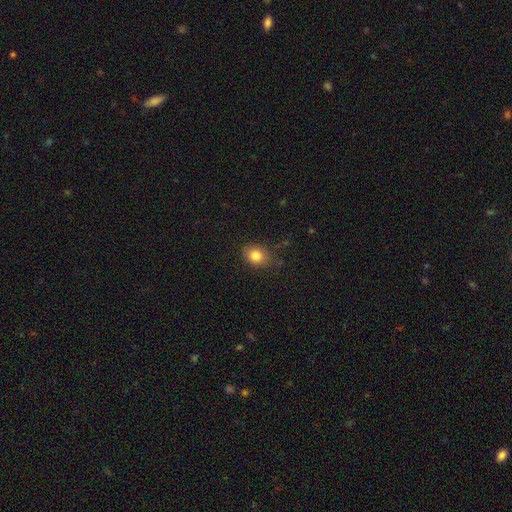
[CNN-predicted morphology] A smooth galaxy with no disk features (83%) that is in between round and cigar-shaped (57%).

Vote fractions:
- Smooth or featured? smooth: 83% / star or artifact: 10% / featured or disk: 7%
- How rounded? in between: 57% / round: 42% / cigar-shaped: 1%
- Merging? none: 79% / minor disturbance: 16% / major disturbance: 4% / merger: 1%